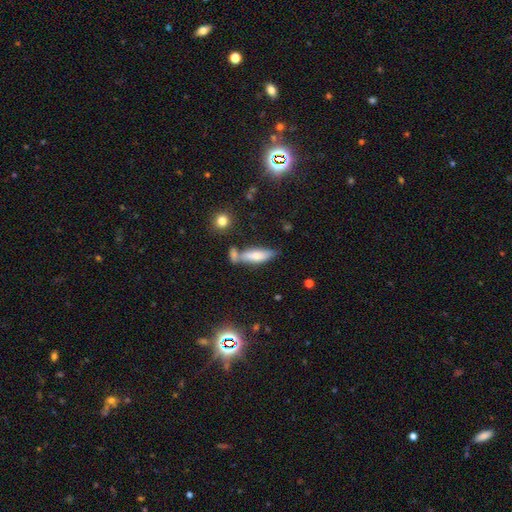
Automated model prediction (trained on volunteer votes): Smooth or featured?
  - smooth: 65% *
  - featured or disk: 27%
  - star or artifact: 8%
How rounded?
  - cigar-shaped: 50% *
  - in between: 47%
  - round: 2%
Merging?
  - none: 52% *
  - merger: 24%
  - minor disturbance: 18%
  - major disturbance: 6%